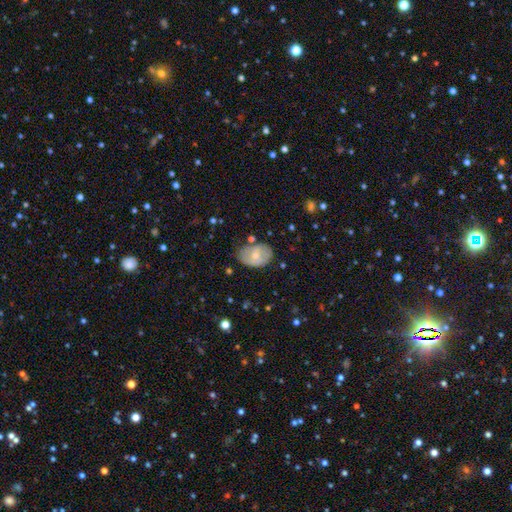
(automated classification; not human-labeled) Q: Smooth or featured?
A: smooth (56%); runner-up: featured or disk (37%)
Q: How rounded?
A: in between (81%); runner-up: round (18%)
Q: Merging?
A: none (66%); runner-up: minor disturbance (25%)